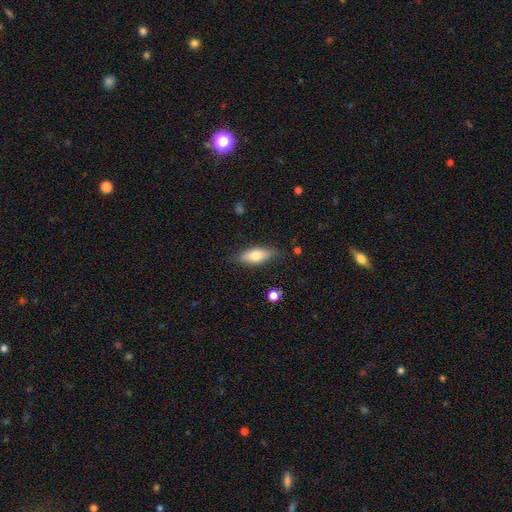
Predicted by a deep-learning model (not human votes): Overall: smooth (71%). How rounded: in between (74%). Merging: none (82%).